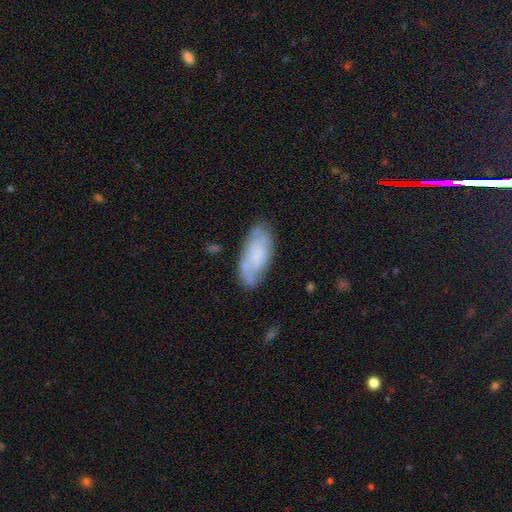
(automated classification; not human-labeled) Smooth or featured? Predicted: featured or disk (p=0.46, tied with smooth). Merging? Predicted: none (p=0.69).